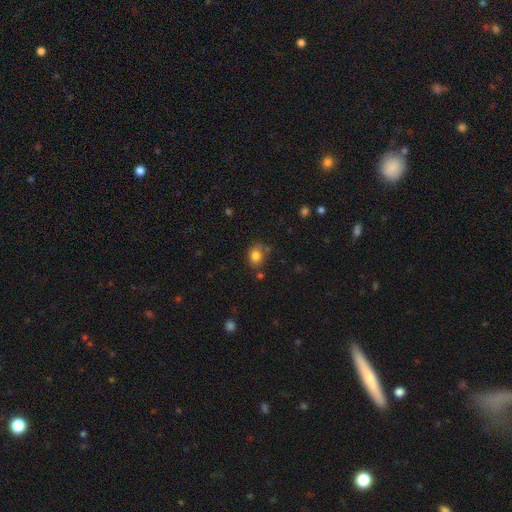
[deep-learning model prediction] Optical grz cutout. It shows a smooth galaxy with no disk features (82%) that is round (58%). Merging: none (68%).